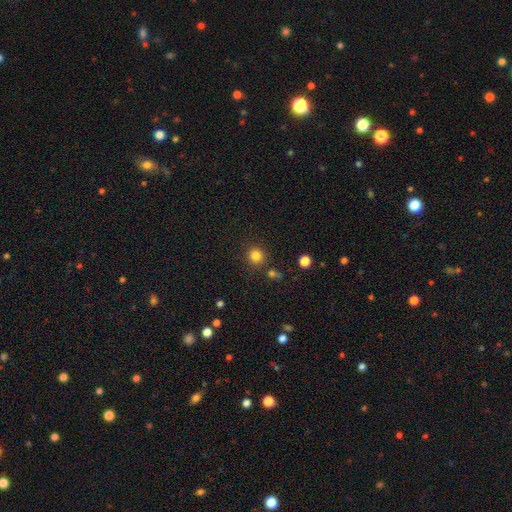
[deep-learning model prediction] A smooth galaxy with no disk features (82%) that is round (90%). Merging: none (84%).